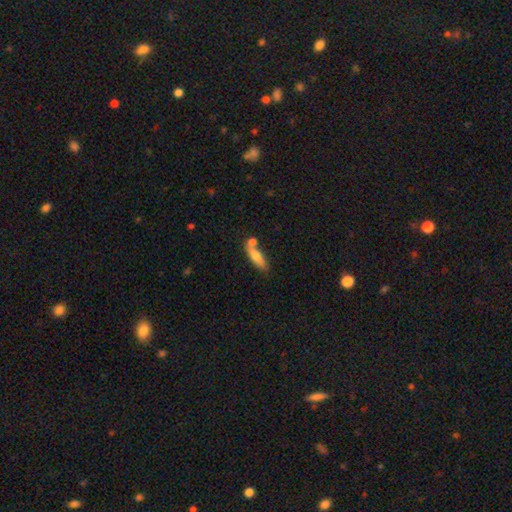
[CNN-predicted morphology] This is likely a smooth galaxy (70%). How rounded: possibly cigar-shaped (59%). Merging: possibly none (57%).